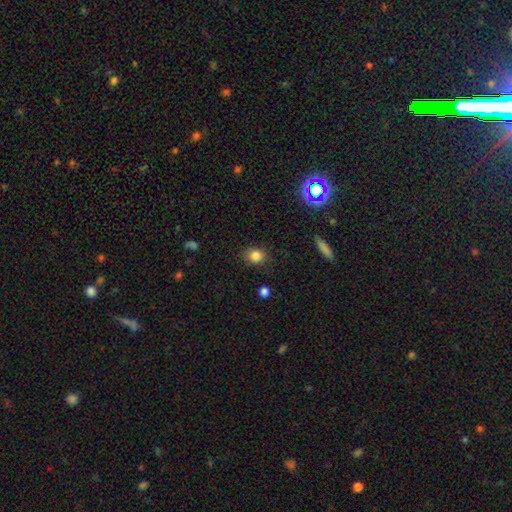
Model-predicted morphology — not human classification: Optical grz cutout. It shows a smooth galaxy with no disk features (83%) that is round (69%). Merging: none (85%).